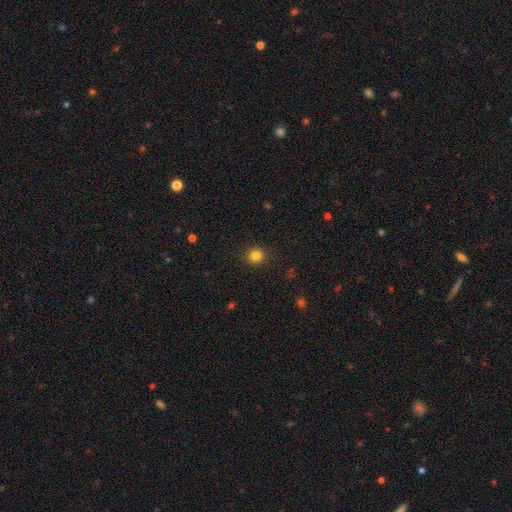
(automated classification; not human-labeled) Q: Smooth or featured?
A: smooth (84%); runner-up: star or artifact (12%)
Q: How rounded?
A: round (92%); runner-up: in between (8%)
Q: Merging?
A: none (91%); runner-up: minor disturbance (6%)